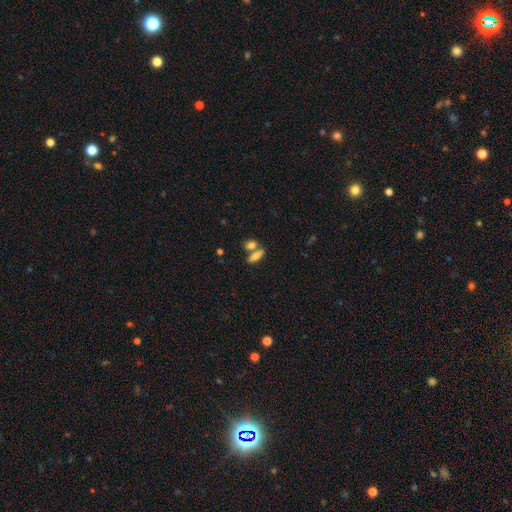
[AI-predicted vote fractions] smooth_or_featured: smooth (p=0.73) [alt: featured or disk p=0.18]
how_rounded: in between (p=0.55) [alt: cigar-shaped p=0.38]
merging: none (p=0.51) [alt: merger p=0.37]